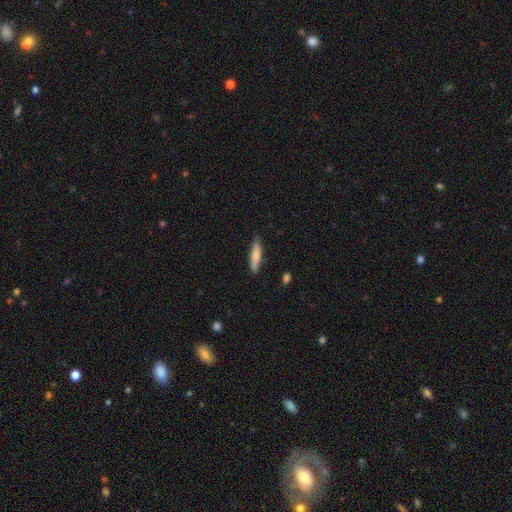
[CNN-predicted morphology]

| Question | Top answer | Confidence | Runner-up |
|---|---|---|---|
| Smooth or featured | smooth | 79% | featured or disk (15%) |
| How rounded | cigar-shaped | 77% | in between (21%) |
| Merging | none | 79% | minor disturbance (16%) |